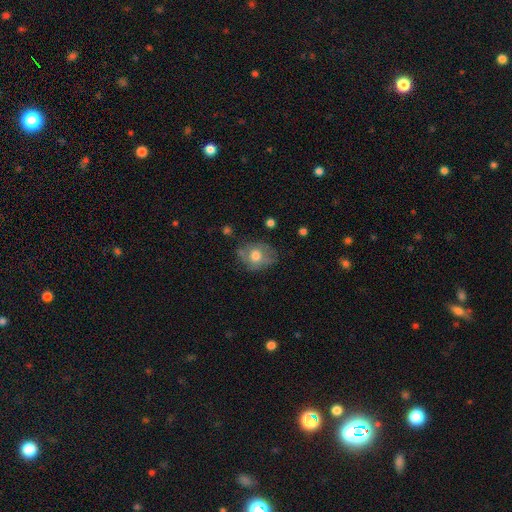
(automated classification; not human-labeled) The model was most divided on "how rounded": in between: 50%, round: 49%, cigar-shaped: 1%. More confident: smooth or featured — smooth (59%); merging — none (51%).